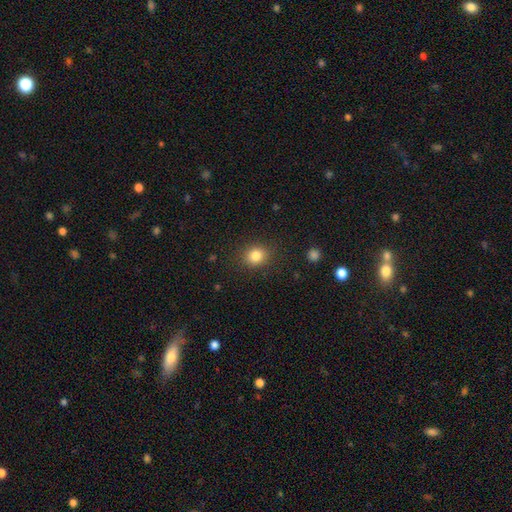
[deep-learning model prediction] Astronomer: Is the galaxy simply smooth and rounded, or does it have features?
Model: smooth — 83%.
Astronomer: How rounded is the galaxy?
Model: round — 70%.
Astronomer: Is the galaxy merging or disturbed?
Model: none — 87%.